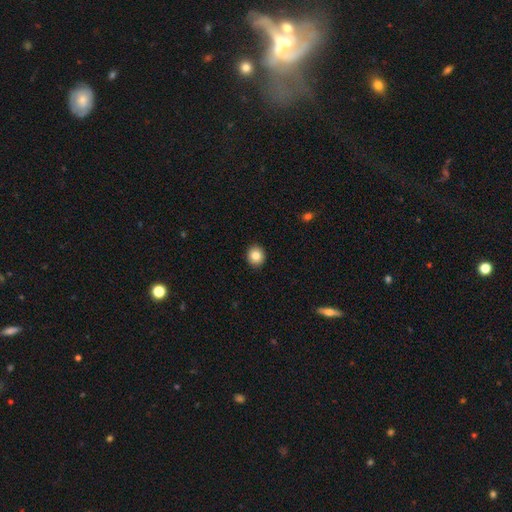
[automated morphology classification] Smooth or featured: smooth — 84% (star or artifact — 9%)
How rounded: round — 87% (in between — 12%)
Merging: none — 92% (minor disturbance — 5%)